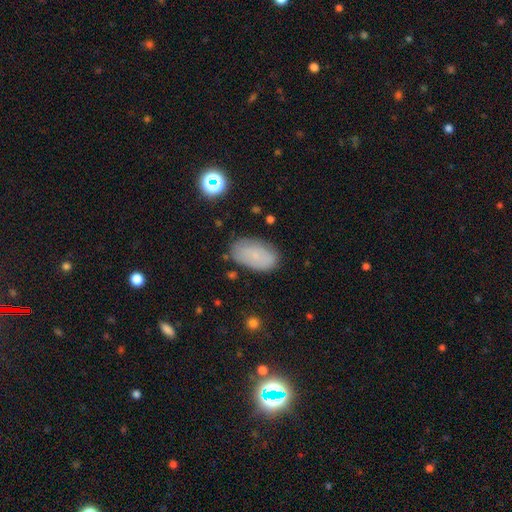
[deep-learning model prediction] Q: Smooth or featured?
A: smooth (71%); runner-up: featured or disk (18%)
Q: How rounded?
A: in between (94%); runner-up: round (5%)
Q: Merging?
A: none (78%); runner-up: minor disturbance (16%)